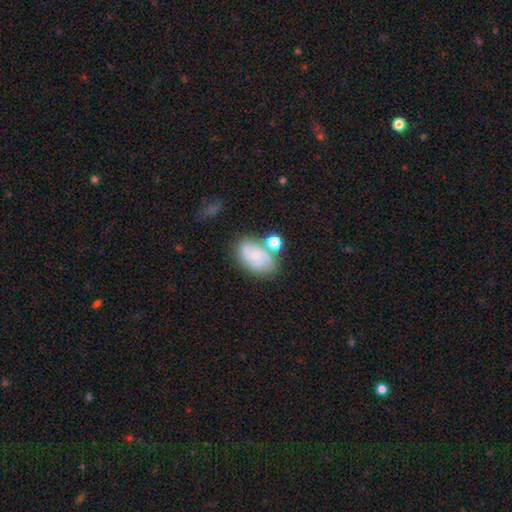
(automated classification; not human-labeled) This is possibly a featured or disk galaxy (52%). It is clearly not viewed edge-on (96%). Merging: possibly none (53%).